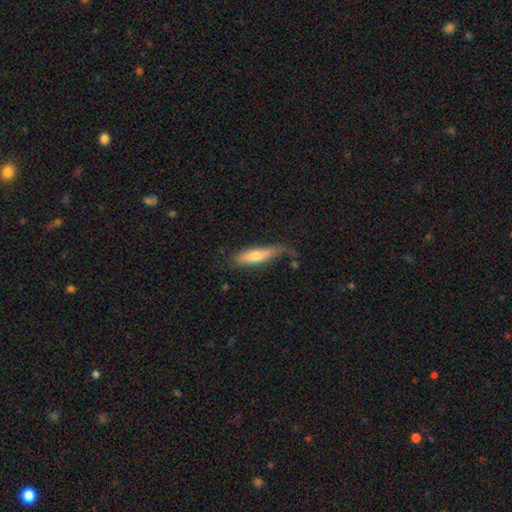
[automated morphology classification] smooth-or-featured: smooth: 58% | featured or disk: 36% | star or artifact: 6%
  how-rounded: cigar-shaped: 76% | in between: 22% | round: 2%
  merging: none: 52% | minor disturbance: 29% | major disturbance: 15% | merger: 4%